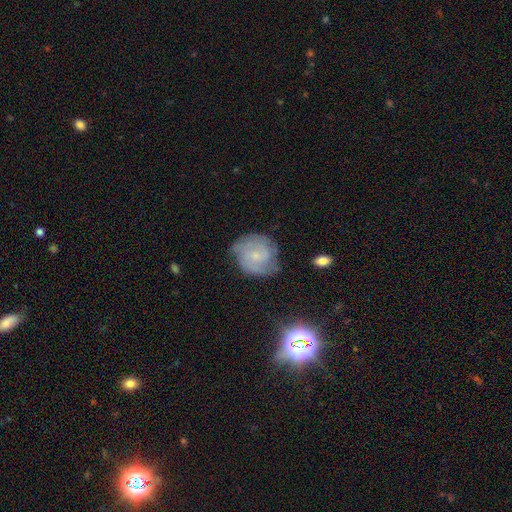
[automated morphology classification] This is likely a featured or disk galaxy (67%). It is clearly not viewed edge-on (98%). Bar: likely no (62%). Spiral arm pattern: clearly yes (90%). Spiral arm count: marginally 2 (44%). Spiral winding: possibly tight (54%). Central bulge: likely small (70%). Merging: likely none (66%).